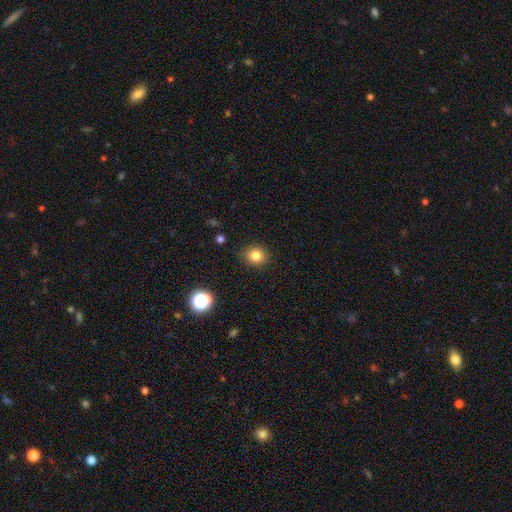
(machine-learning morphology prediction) type=smooth (82%); roundness=round (79%); merging=none (88%).